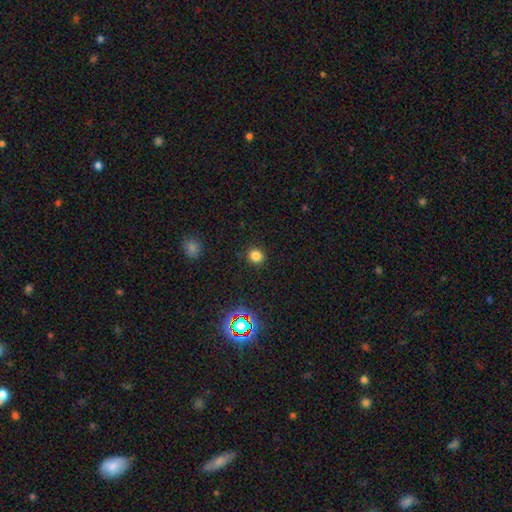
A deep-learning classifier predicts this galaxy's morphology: A smooth galaxy with no disk features (80%) that is round (84%).

Vote fractions:
- Smooth or featured? smooth: 80% / star or artifact: 16% / featured or disk: 5%
- How rounded? round: 84% / in between: 15% / cigar-shaped: 1%
- Merging? none: 90% / minor disturbance: 7% / major disturbance: 2% / merger: 1%